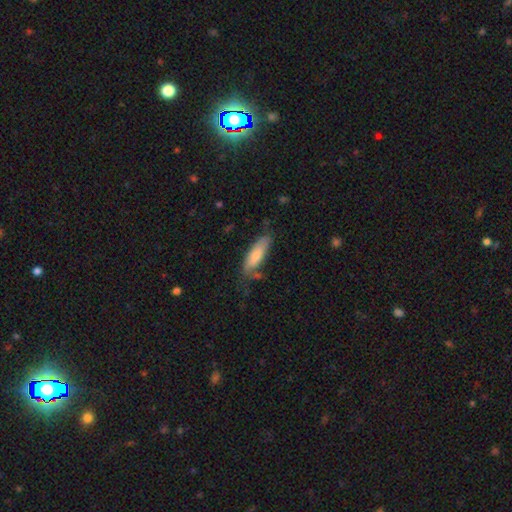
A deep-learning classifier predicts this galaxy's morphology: A smooth galaxy with no disk features (77%) that is in between round and cigar-shaped (55%).

Vote fractions:
- Smooth or featured? smooth: 77% / featured or disk: 17% / star or artifact: 6%
- How rounded? in between: 55% / cigar-shaped: 43% / round: 2%
- Merging? none: 63% / minor disturbance: 25% / major disturbance: 6% / merger: 5%